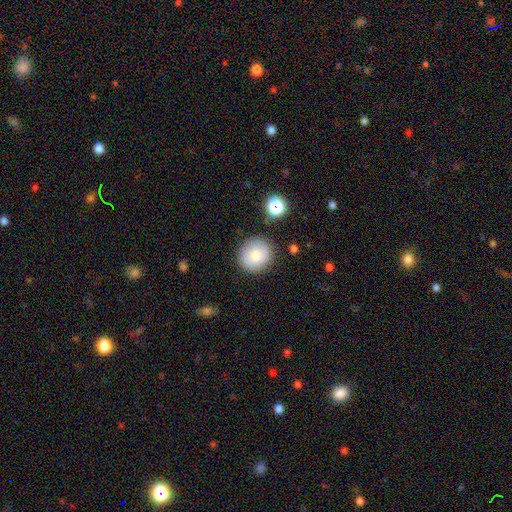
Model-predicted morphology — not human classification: A smooth galaxy with no disk features (75%) that is round (89%). Merging: none (85%).